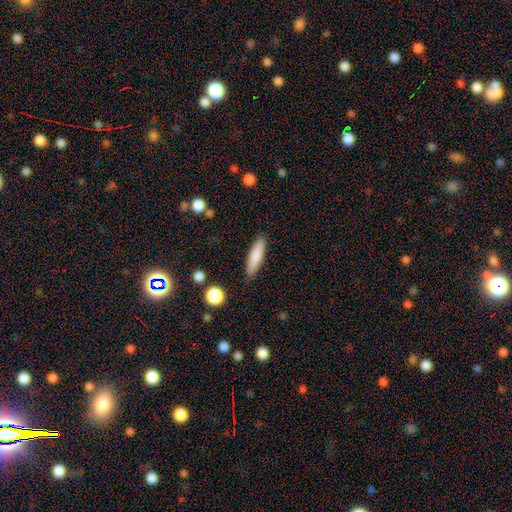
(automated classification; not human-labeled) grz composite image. It shows a smooth galaxy with no disk features (80%) that is cigar-shaped (73%). Merging: none (87%).